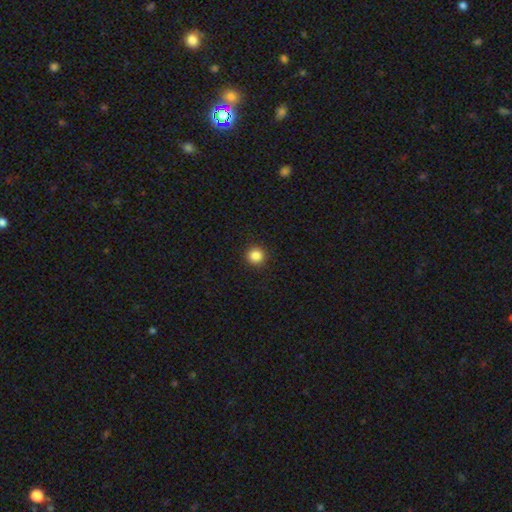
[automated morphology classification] This appears to be a smooth galaxy with no disk features (86%) that is round (95%). Merging: none (93%).